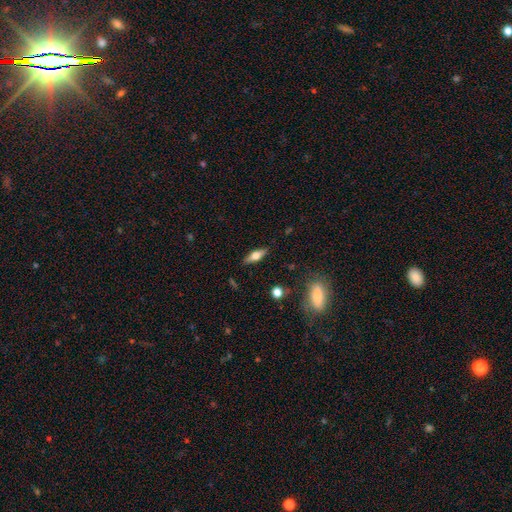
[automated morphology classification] Smooth or featured? smooth (50%)
Merging? none (86%)